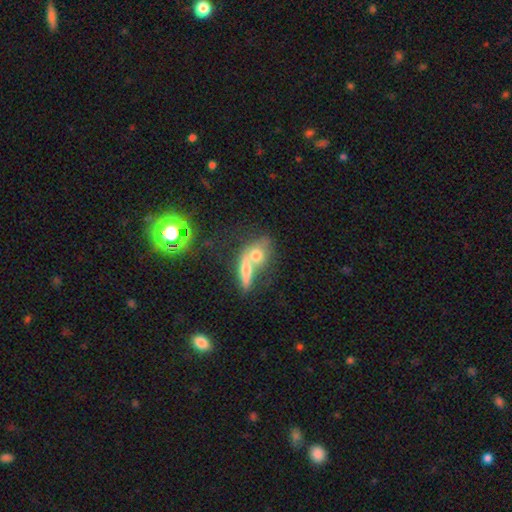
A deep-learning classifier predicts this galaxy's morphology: Smooth or featured? smooth (62%)
How rounded? in between (47%)
Merging? merger (56%)